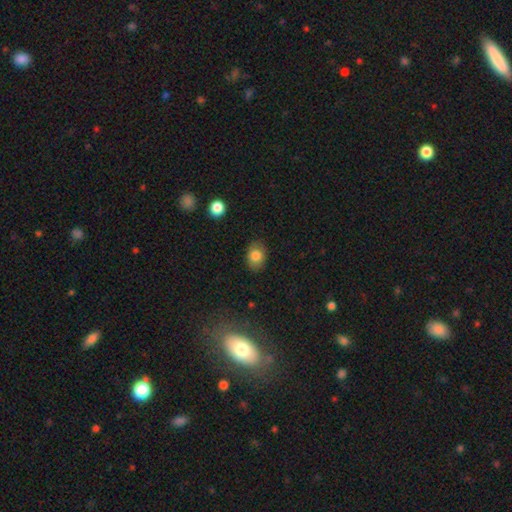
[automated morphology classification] This is clearly a smooth galaxy (82%). How rounded: likely in between (69%). Merging: clearly none (86%).